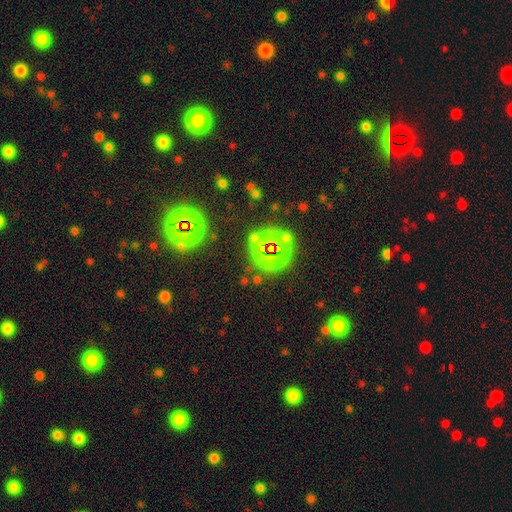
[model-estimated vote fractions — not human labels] smooth_or_featured: star or artifact (p=0.73) [alt: smooth p=0.15]